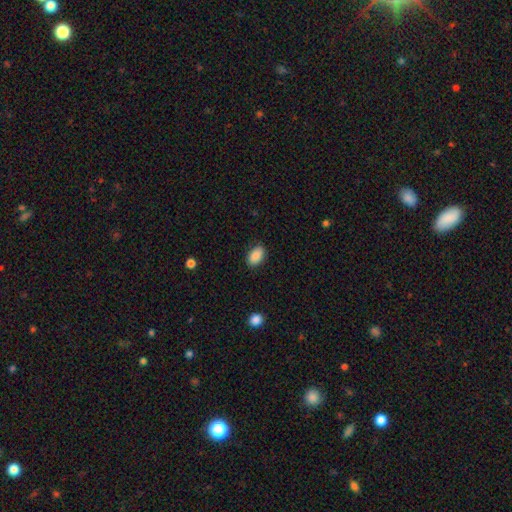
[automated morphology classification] Smooth or featured: smooth — 89% (star or artifact — 7%)
How rounded: in between — 90% (round — 9%)
Merging: none — 85% (minor disturbance — 11%)